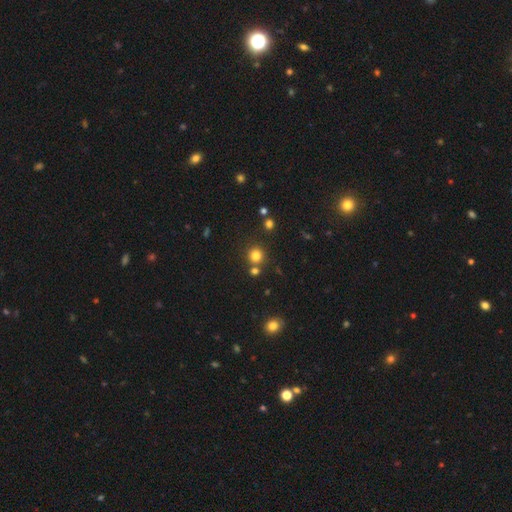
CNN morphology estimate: This appears to be a smooth galaxy with no disk features (79%) that is round (92%). Merging: none (76%).